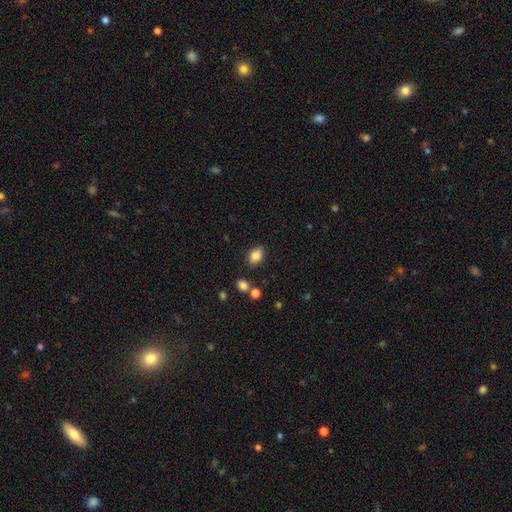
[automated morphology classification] A smooth galaxy with no disk features (81%) that is in between round and cigar-shaped (70%).

Vote fractions:
- Smooth or featured? smooth: 81% / star or artifact: 10% / featured or disk: 9%
- How rounded? in between: 70% / round: 28% / cigar-shaped: 2%
- Merging? none: 79% / minor disturbance: 14% / merger: 4% / major disturbance: 3%